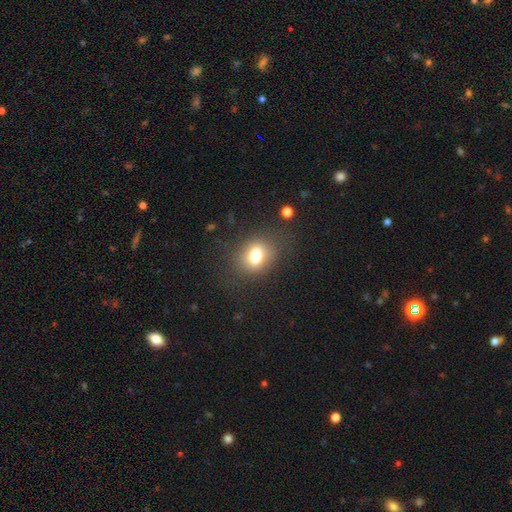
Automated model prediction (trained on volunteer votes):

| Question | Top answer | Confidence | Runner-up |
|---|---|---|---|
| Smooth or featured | smooth | 73% | featured or disk (15%) |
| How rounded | in between | 51% | round (48%) |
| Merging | none | 76% | minor disturbance (14%) |